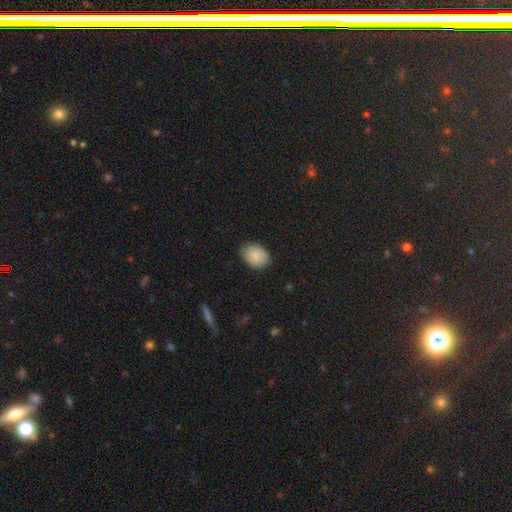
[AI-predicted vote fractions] smooth-or-featured: smooth: 84% | featured or disk: 8% | star or artifact: 8%
  how-rounded: in between: 74% | round: 25% | cigar-shaped: 1%
  merging: none: 77% | minor disturbance: 19% | major disturbance: 3% | merger: 1%